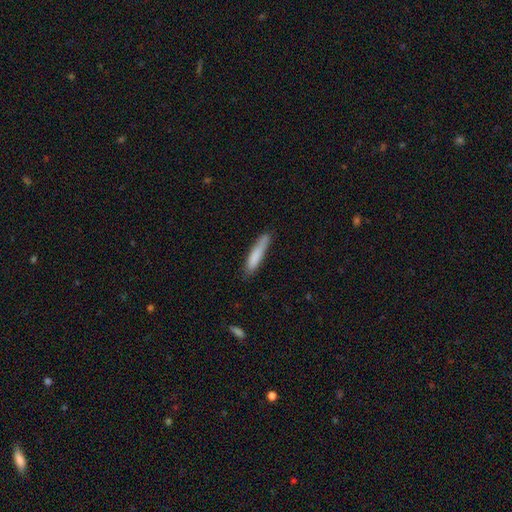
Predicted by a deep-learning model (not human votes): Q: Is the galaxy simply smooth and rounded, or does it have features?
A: smooth — 80%.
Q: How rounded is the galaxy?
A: cigar-shaped — 89%.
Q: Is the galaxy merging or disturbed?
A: none — 72%.